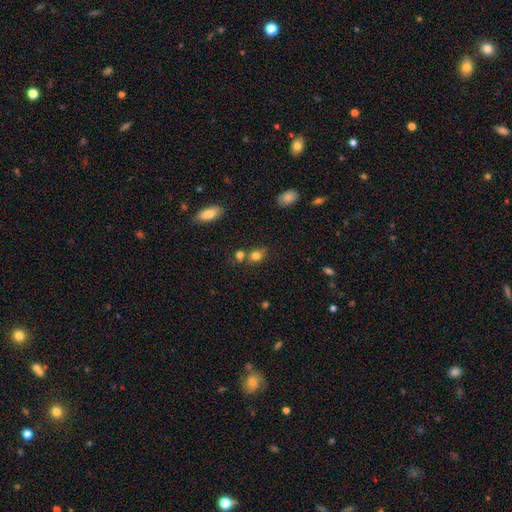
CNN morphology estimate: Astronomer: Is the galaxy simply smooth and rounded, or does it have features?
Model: smooth — 79%.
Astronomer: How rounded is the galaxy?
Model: round — 58% (runner-up: in between, 40%).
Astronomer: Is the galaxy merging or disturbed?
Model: none — 50% (runner-up: merger, 30%).